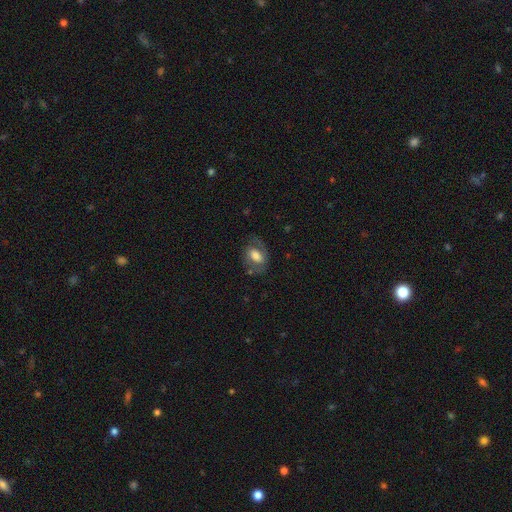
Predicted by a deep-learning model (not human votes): Smooth or featured?
  - featured or disk: 46% * (tied)
  - smooth: 46% * (tied)
  - star or artifact: 8%
Merging?
  - none: 63% *
  - minor disturbance: 21%
  - major disturbance: 13%
  - merger: 2%